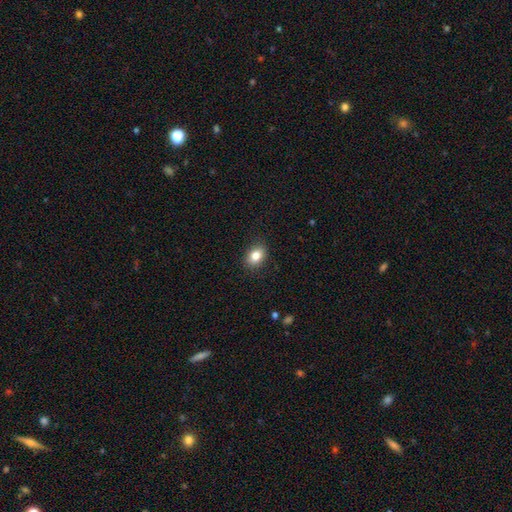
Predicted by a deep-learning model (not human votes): A smooth galaxy with no disk features (83%) that is in between round and cigar-shaped (69%).

Vote fractions:
- Smooth or featured? smooth: 83% / star or artifact: 9% / featured or disk: 7%
- How rounded? in between: 69% / round: 30% / cigar-shaped: 1%
- Merging? none: 88% / minor disturbance: 9% / major disturbance: 2% / merger: 1%